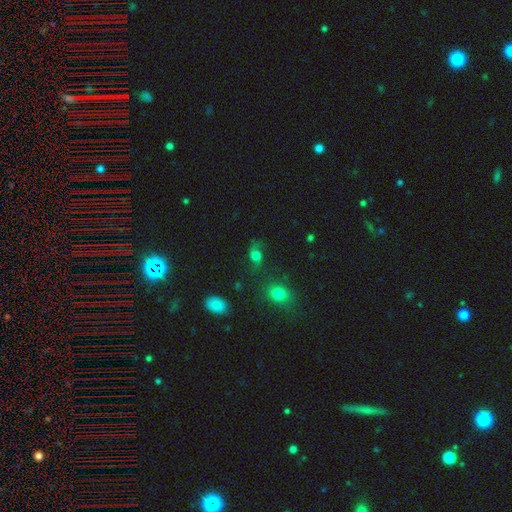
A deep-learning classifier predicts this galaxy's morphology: Overall: smooth (55%; featured or disk 29%). How rounded: round (49%; in between 48%). Merging: none (57%; minor disturbance 22%).